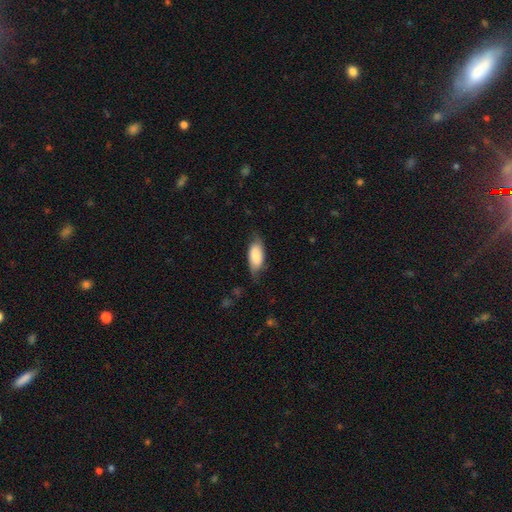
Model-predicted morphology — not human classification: A smooth galaxy with no disk features (76%) that is in between round and cigar-shaped (86%).

Vote fractions:
- Smooth or featured? smooth: 76% / featured or disk: 17% / star or artifact: 7%
- How rounded? in between: 86% / cigar-shaped: 11% / round: 3%
- Merging? none: 63% / minor disturbance: 27% / major disturbance: 9% / merger: 1%